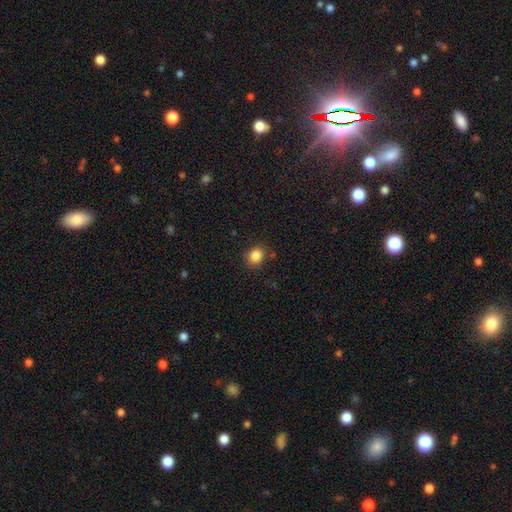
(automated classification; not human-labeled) This appears to be a smooth galaxy with no disk features (85%) that is round (73%). Merging: none (83%).